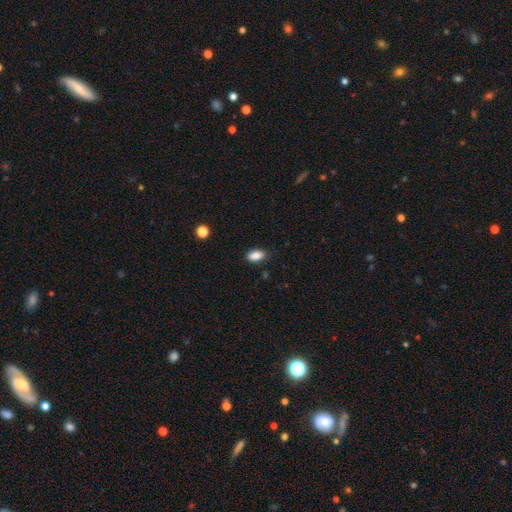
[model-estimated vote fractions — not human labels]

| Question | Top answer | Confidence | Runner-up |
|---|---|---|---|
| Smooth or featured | smooth | 87% | star or artifact (8%) |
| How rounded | in between | 91% | round (5%) |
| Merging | none | 83% | minor disturbance (13%) |